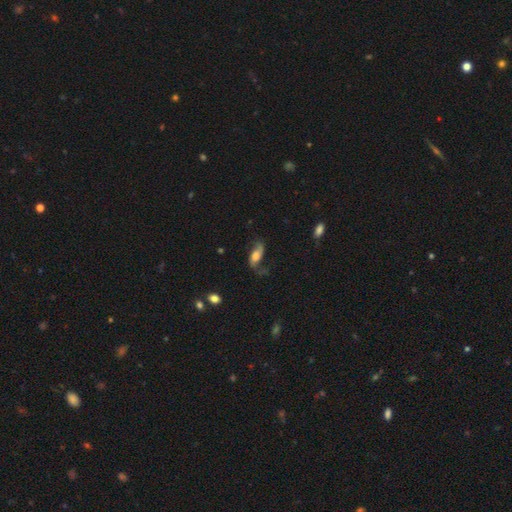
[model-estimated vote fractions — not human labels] Smooth or featured?
  - featured or disk: 62% *
  - smooth: 29%
  - star or artifact: 8%
Edge-on disk?
  - no: 89% *
  - yes: 11%
Bar?
  - no: 53% *
  - weak: 32%
  - strong: 15%
Spiral arms?
  - yes: 90% *
  - no: 10%
Bulge size?
  - moderate: 35% *
  - large: 34%
  - small: 15%
  - none: 8%
  - dominant: 7%
Merging?
  - none: 55% *
  - minor disturbance: 21%
  - major disturbance: 21%
  - merger: 3%